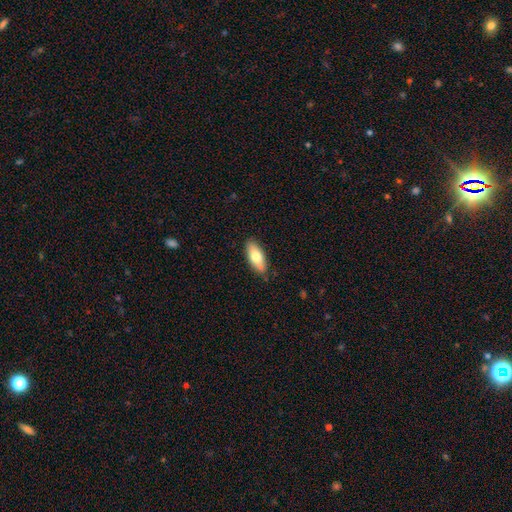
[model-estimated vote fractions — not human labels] smooth_or_featured: smooth (p=0.70) [alt: featured or disk p=0.23]
how_rounded: in between (p=0.81) [alt: cigar-shaped p=0.16]
merging: none (p=0.84) [alt: minor disturbance p=0.12]